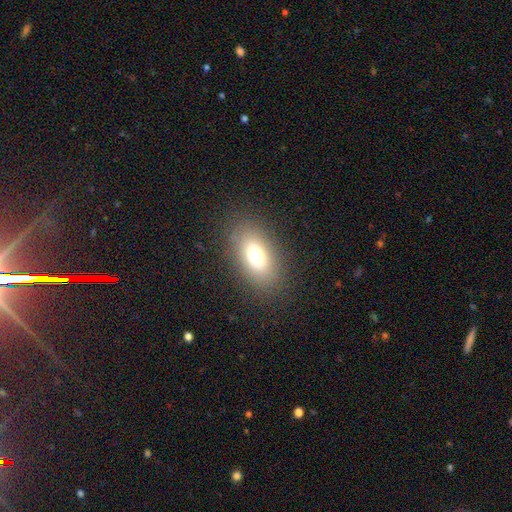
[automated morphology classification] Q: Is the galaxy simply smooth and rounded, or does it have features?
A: smooth — 77%.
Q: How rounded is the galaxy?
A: in between — 90%.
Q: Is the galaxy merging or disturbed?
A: none — 86%.